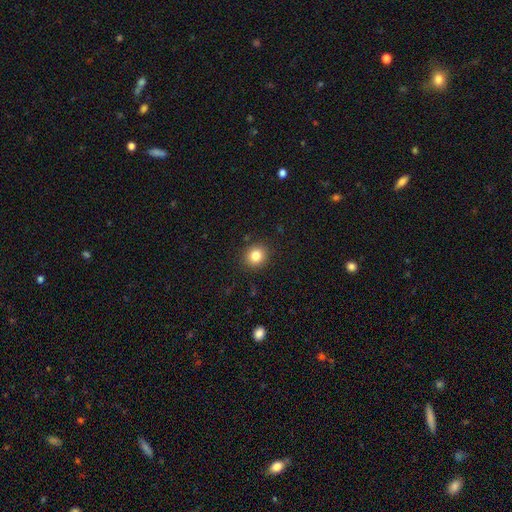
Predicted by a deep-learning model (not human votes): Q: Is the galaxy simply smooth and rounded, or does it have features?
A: smooth — 82%.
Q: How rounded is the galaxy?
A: round — 85%.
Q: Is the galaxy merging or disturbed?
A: none — 91%.